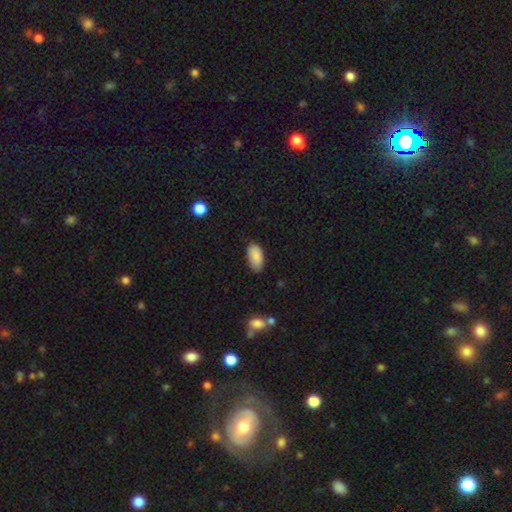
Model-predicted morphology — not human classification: The model was most divided on "merging": none: 78%, minor disturbance: 18%, major disturbance: 3%, merger: 1%. More confident: how rounded — in between (94%); smooth or featured — smooth (87%).